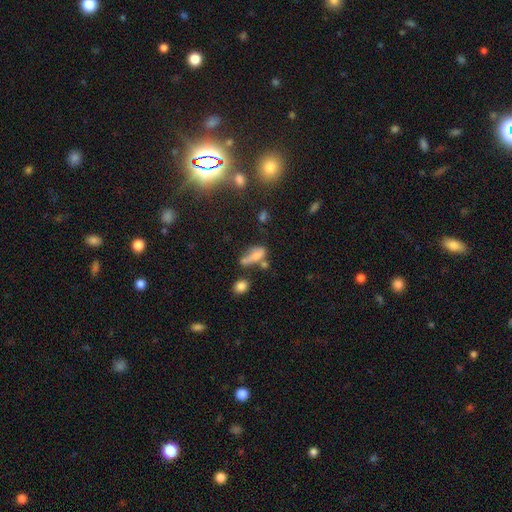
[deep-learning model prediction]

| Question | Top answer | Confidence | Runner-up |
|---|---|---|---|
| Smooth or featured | smooth | 64% | featured or disk (22%) |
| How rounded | in between | 70% | cigar-shaped (23%) |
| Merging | none | 31% | merger (26%) |